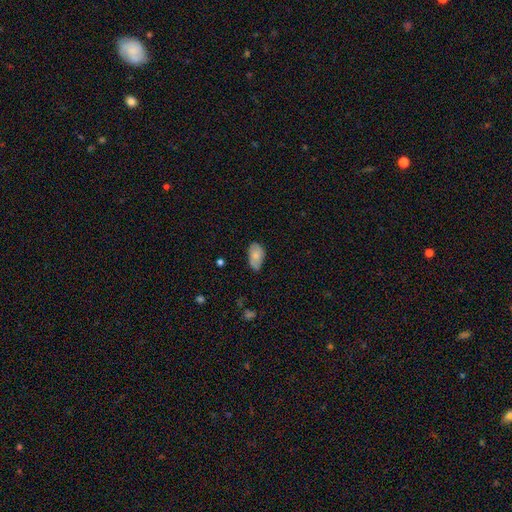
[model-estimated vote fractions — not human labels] This is likely a smooth galaxy (77%). How rounded: clearly in between (94%). Merging: likely none (64%).